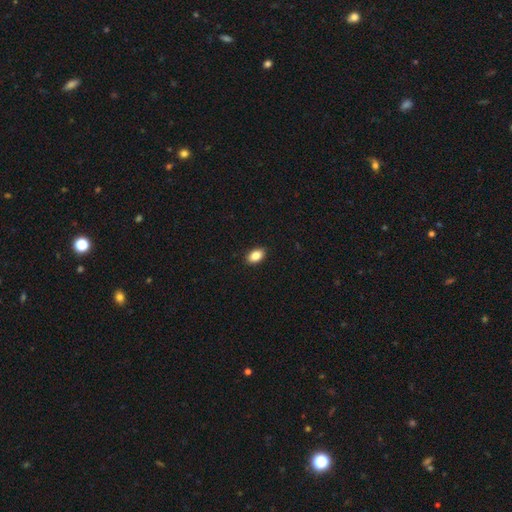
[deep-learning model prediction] The model was most divided on "smooth or featured": smooth: 86%, star or artifact: 8%, featured or disk: 6%. More confident: merging — none (90%); how rounded — in between (89%).